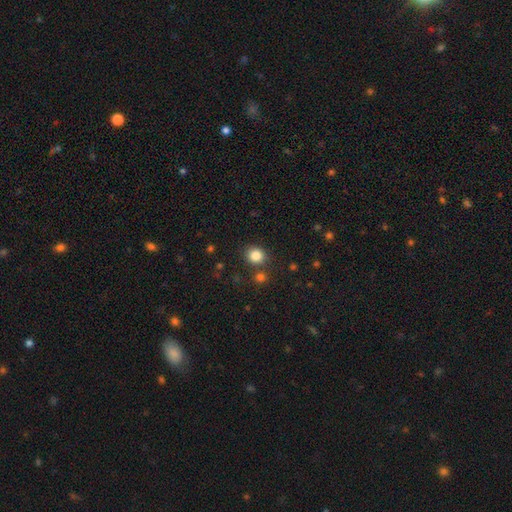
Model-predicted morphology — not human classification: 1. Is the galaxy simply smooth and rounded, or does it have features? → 84% smooth, 11% star or artifact, 5% featured or disk.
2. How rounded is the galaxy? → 80% round, 19% in between, 1% cigar-shaped.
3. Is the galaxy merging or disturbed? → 81% none, 8% minor disturbance, 8% merger, 3% major disturbance.